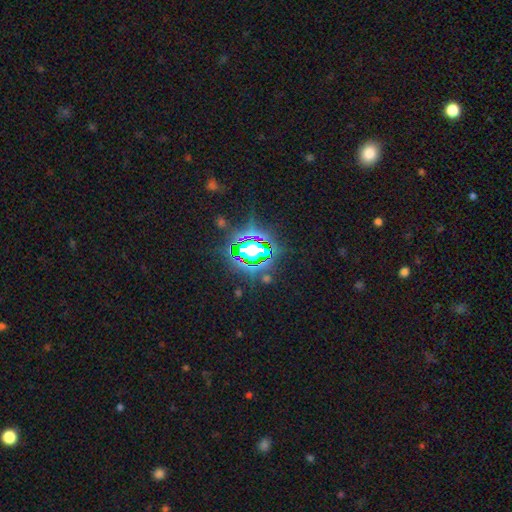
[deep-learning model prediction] This appears to be a star or artifact, not a galaxy (81%).